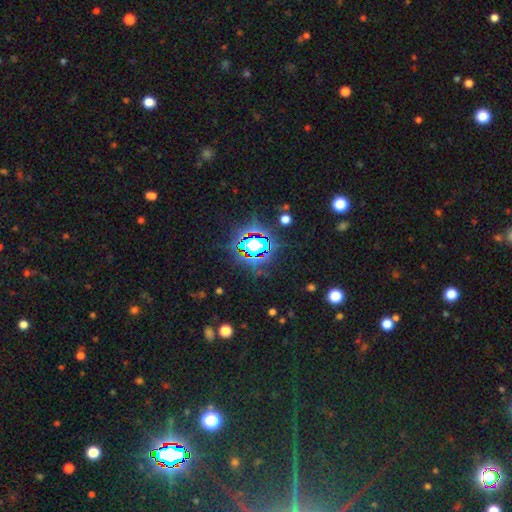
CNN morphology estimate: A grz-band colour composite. It shows a star or artifact, not a galaxy (84%).